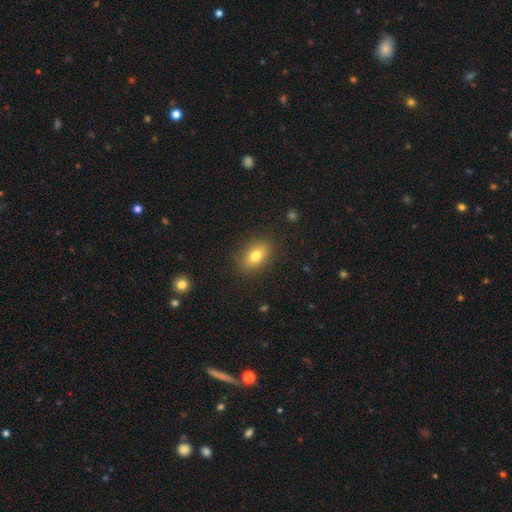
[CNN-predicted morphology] Smooth or featured? smooth (79%)
How rounded? in between (82%)
Merging? none (86%)